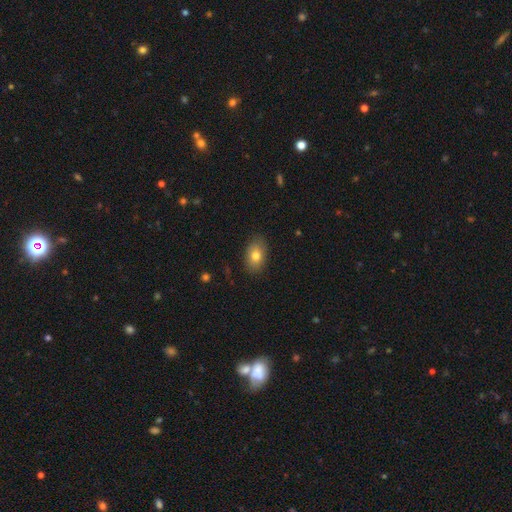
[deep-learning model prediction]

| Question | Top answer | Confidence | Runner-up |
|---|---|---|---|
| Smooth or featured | smooth | 78% | featured or disk (14%) |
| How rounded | in between | 86% | round (13%) |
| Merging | none | 86% | minor disturbance (11%) |